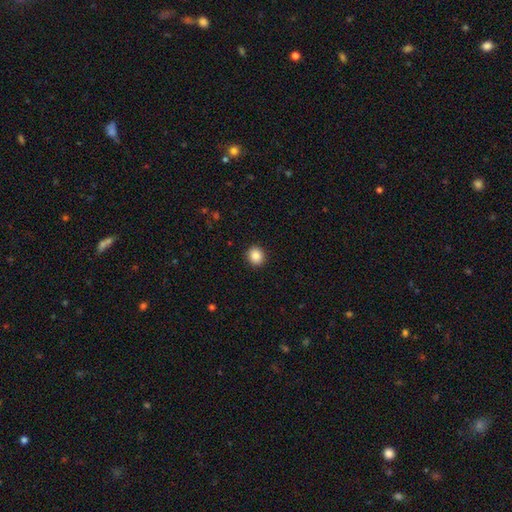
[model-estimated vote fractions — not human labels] Smooth or featured: smooth — 87% (star or artifact — 9%)
How rounded: round — 83% (in between — 17%)
Merging: none — 92% (minor disturbance — 5%)